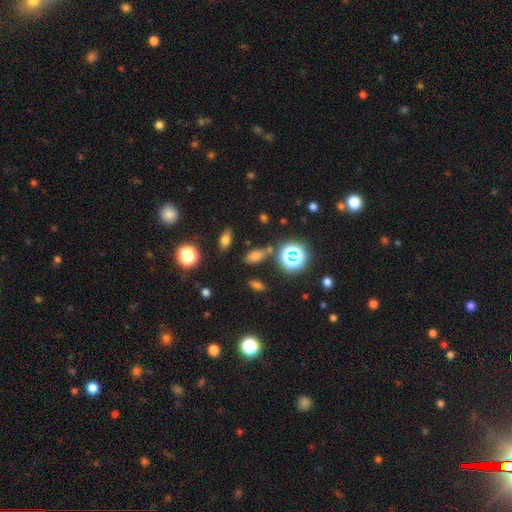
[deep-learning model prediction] This appears to be a smooth galaxy with no disk features (60%) that is in between round and cigar-shaped (75%). Merging: none (81%).